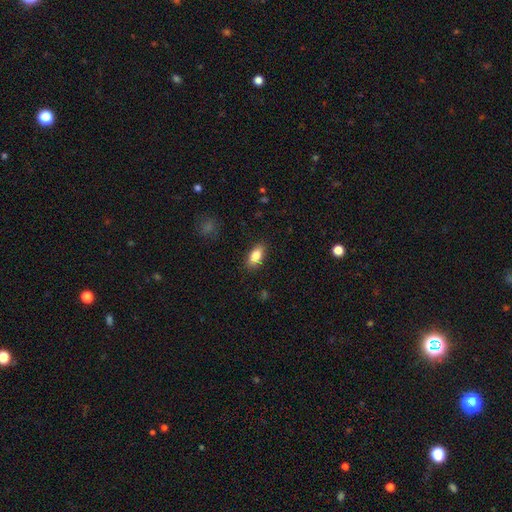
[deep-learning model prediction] smooth 83%, featured or disk 10%, star or artifact 7%. Down the decision tree: how rounded — in between (88%); merging — none (87%).